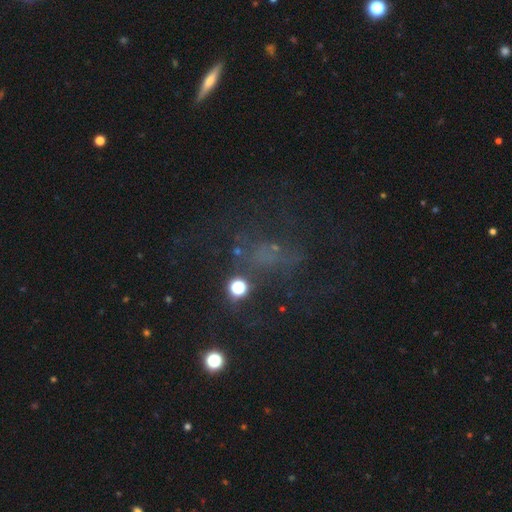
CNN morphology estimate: Smooth or featured: featured or disk — 37% (star or artifact — 35%)
Merging: none — 51% (major disturbance — 26%)